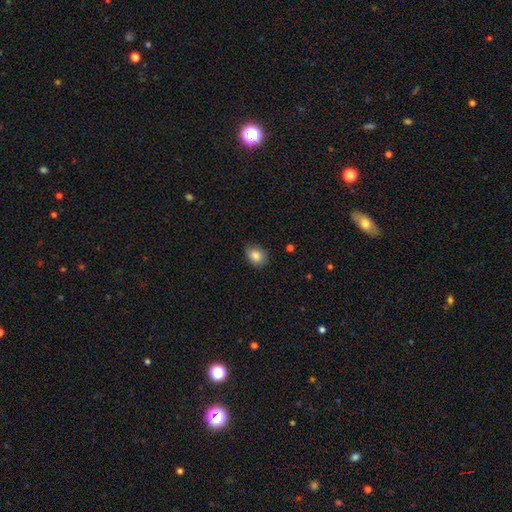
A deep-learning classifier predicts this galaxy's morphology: smooth-or-featured: smooth: 86% | star or artifact: 9% | featured or disk: 6%
  how-rounded: in between: 58% | round: 41% | cigar-shaped: 1%
  merging: none: 81% | minor disturbance: 15% | major disturbance: 3% | merger: 1%